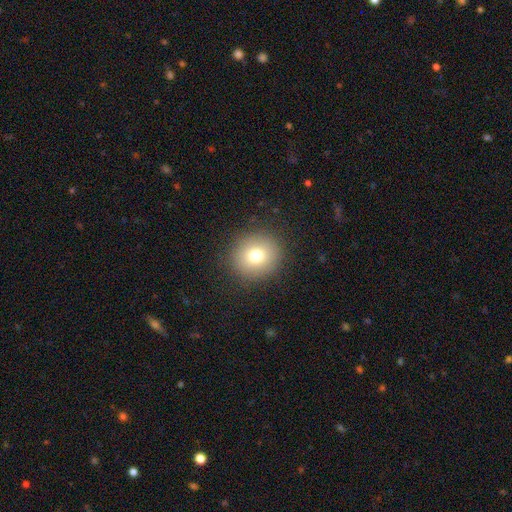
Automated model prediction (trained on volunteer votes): Smooth or featured? smooth (75%)
How rounded? round (89%)
Merging? none (89%)